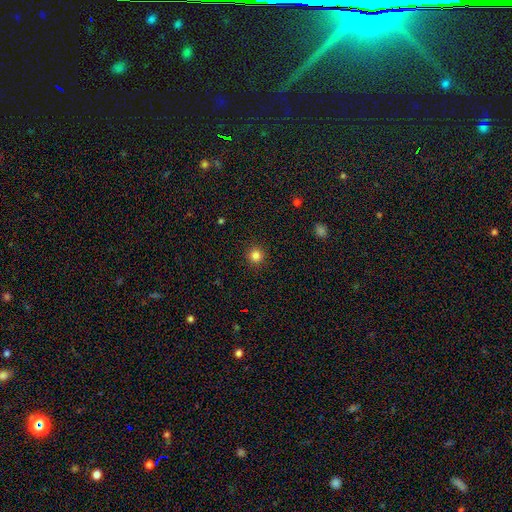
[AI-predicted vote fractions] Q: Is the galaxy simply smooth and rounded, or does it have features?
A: smooth — 83%.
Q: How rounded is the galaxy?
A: round — 95%.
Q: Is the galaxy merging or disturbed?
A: none — 92%.